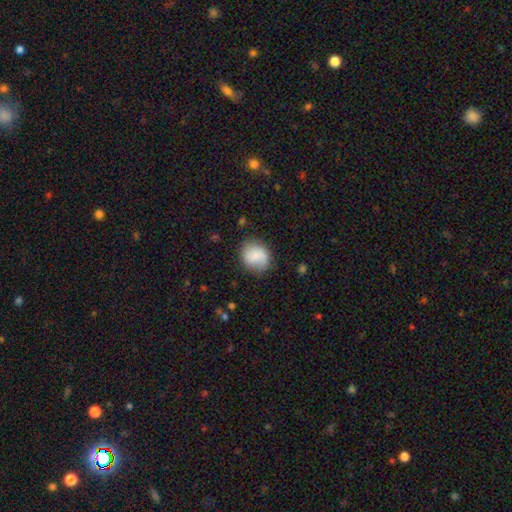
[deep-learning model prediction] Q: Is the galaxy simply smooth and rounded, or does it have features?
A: smooth — 74%.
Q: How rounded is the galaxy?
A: round — 76%.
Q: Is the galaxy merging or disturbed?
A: none — 72%.